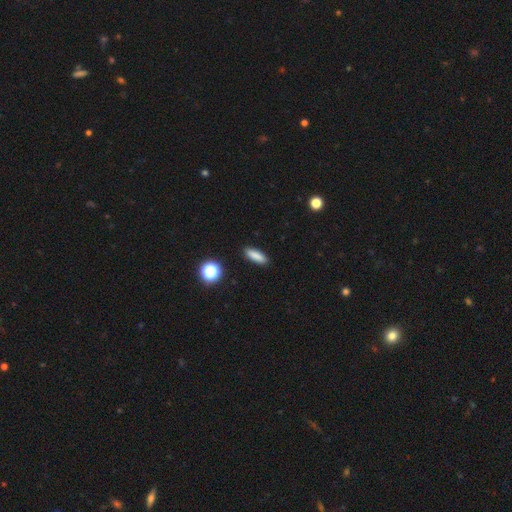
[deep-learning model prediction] This appears to be a smooth galaxy with no disk features (85%) that is cigar-shaped (50%). Merging: none (90%).